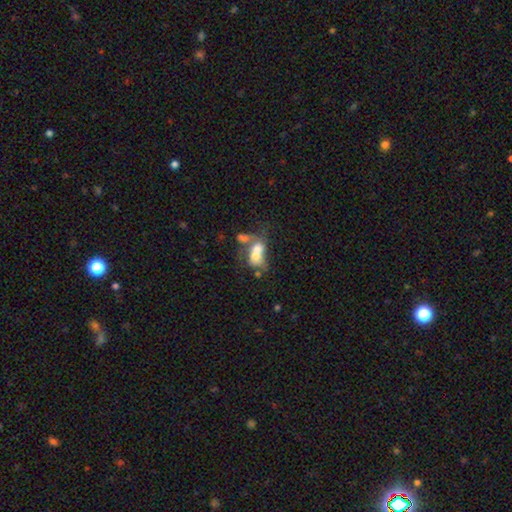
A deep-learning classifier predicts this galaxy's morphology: A smooth galaxy with no disk features (56%) that is in between round and cigar-shaped (73%).

Vote fractions:
- Smooth or featured? smooth: 56% / featured or disk: 33% / star or artifact: 11%
- How rounded? in between: 73% / round: 24% / cigar-shaped: 3%
- Merging? merger: 69% / none: 13% / major disturbance: 11% / minor disturbance: 7%